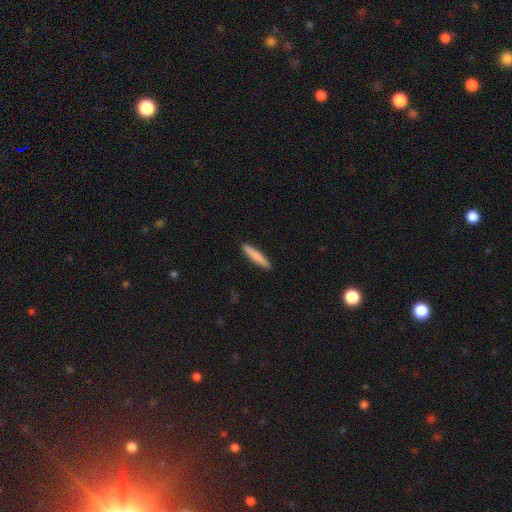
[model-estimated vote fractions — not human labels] Morphology: type=smooth (80%); roundness=cigar-shaped (91%); merging=none (91%).